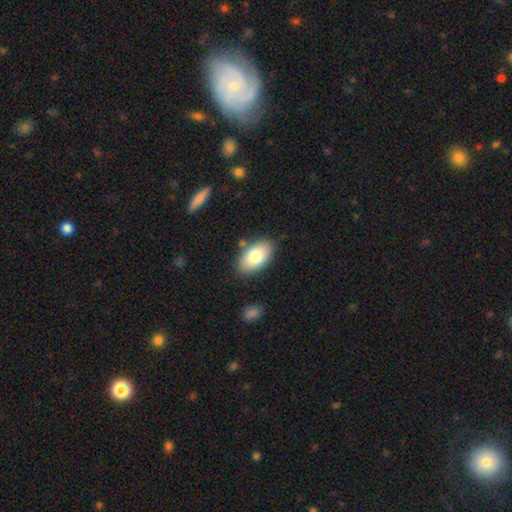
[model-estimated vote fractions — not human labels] Smooth or featured? smooth (78%)
How rounded? in between (93%)
Merging? none (83%)